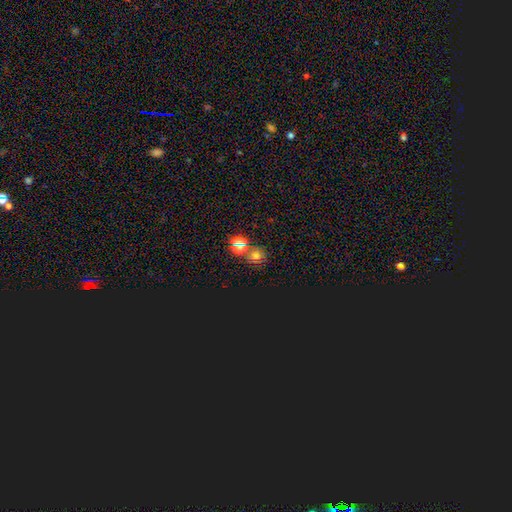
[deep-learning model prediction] This is possibly a smooth galaxy (49%). Merging: likely none (72%).